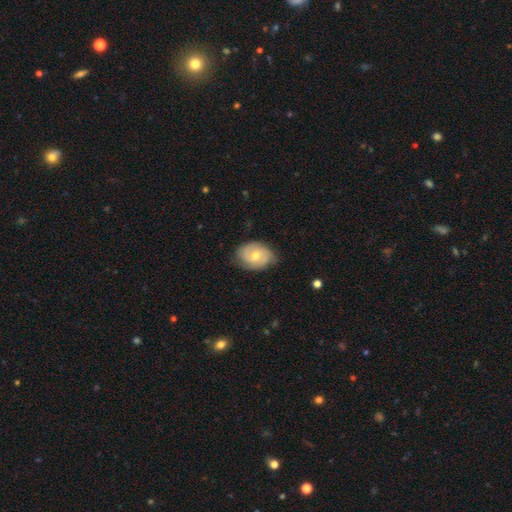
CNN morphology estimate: type=featured or disk (59%); edge-on=no (97%); bar=no (56%); spiral arms=yes (84%); bulge=moderate (65%); merging=none (72%).